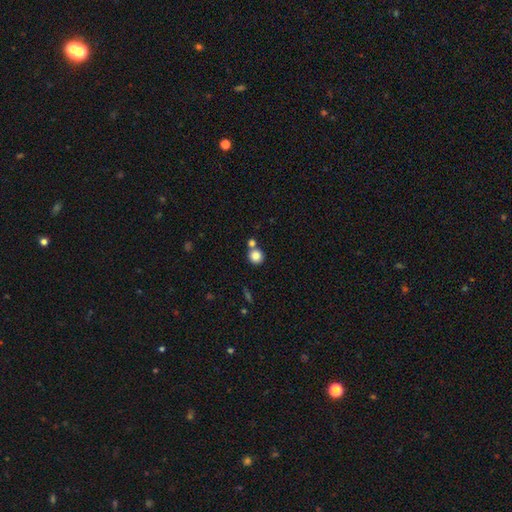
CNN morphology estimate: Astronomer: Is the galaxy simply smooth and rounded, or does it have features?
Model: smooth — 84%.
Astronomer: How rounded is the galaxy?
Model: round — 91%.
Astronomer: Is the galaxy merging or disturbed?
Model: none — 63%.